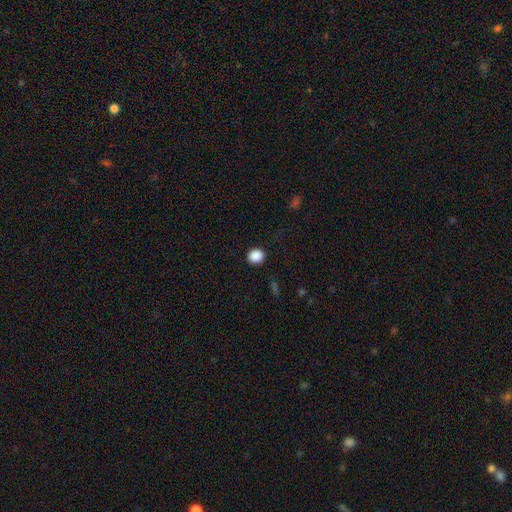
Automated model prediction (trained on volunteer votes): Smooth or featured: smooth — 89% (star or artifact — 9%)
How rounded: round — 80% (in between — 19%)
Merging: none — 91% (minor disturbance — 6%)